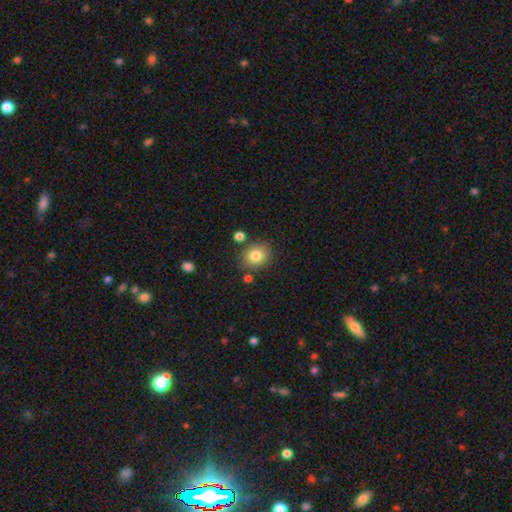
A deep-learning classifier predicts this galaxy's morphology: Q: Smooth or featured?
A: smooth (81%); runner-up: star or artifact (10%)
Q: How rounded?
A: round (63%); runner-up: in between (36%)
Q: Merging?
A: none (79%); runner-up: minor disturbance (12%)